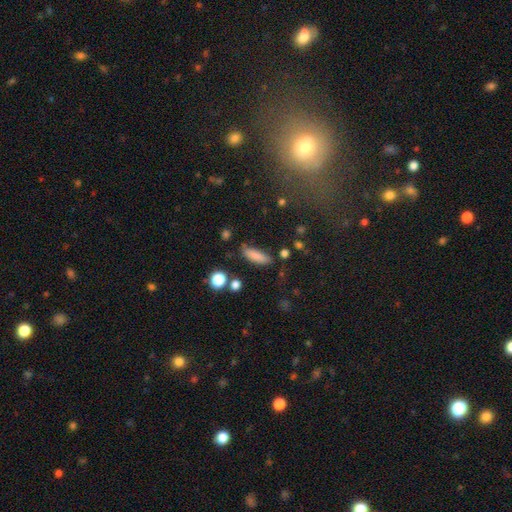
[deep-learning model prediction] A smooth galaxy with no disk features (83%) that is cigar-shaped (51%). Merging: none (74%).